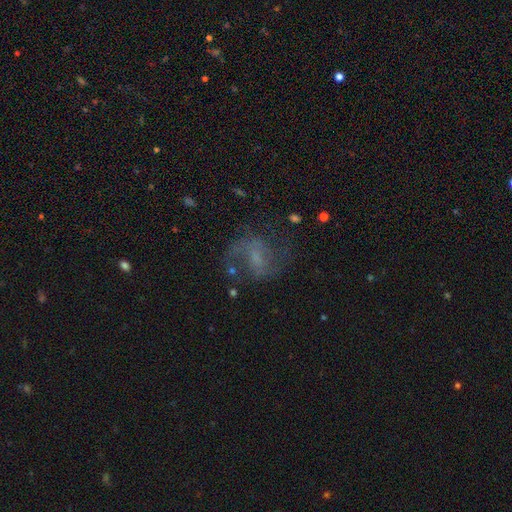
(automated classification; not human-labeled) Smooth or featured?
  - featured or disk: 72% *
  - smooth: 16%
  - star or artifact: 13%
Edge-on disk?
  - no: 98% *
  - yes: 2%
Bar?
  - weak: 50% *
  - no: 34%
  - strong: 17%
Spiral arms?
  - yes: 89% *
  - no: 11%
Spiral winding?
  - medium: 44% * (tied)
  - loose: 44% * (tied)
  - tight: 12%
Spiral arm count?
  - 2: 82% *
  - can't tell: 8%
  - 1: 5%
  - 3: 2%
  - 4: 1%
  - more than 4: 1%
Bulge size?
  - small: 37% *
  - none: 35%
  - moderate: 22%
  - large: 5%
  - dominant: 1%
Merging?
  - none: 62% *
  - minor disturbance: 18%
  - major disturbance: 17%
  - merger: 3%